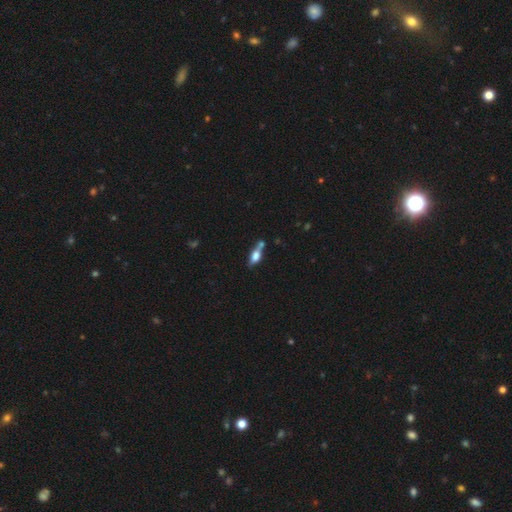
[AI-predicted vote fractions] smooth 59%, featured or disk 32%, star or artifact 9%. Down the decision tree: how rounded — in between (67%); merging — none (46%).